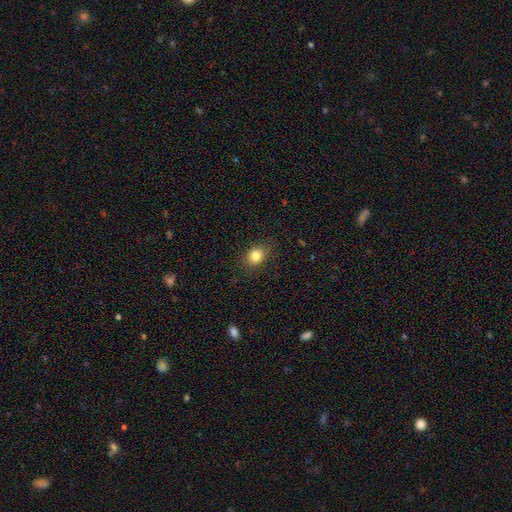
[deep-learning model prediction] This appears to be a smooth galaxy with no disk features (83%) that is round (56%). Merging: none (86%).